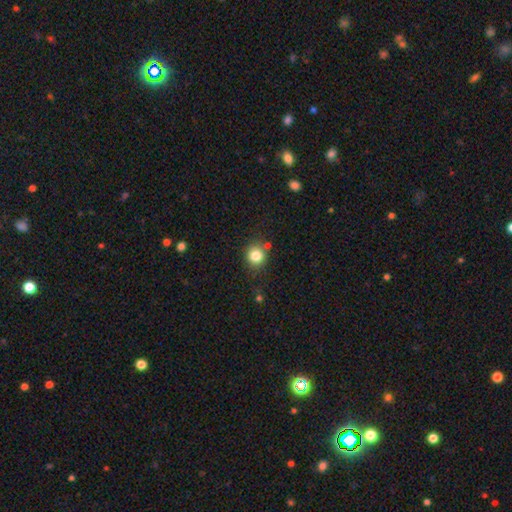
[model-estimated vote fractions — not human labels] This is clearly a smooth galaxy (83%). How rounded: clearly round (86%). Merging: likely none (79%).